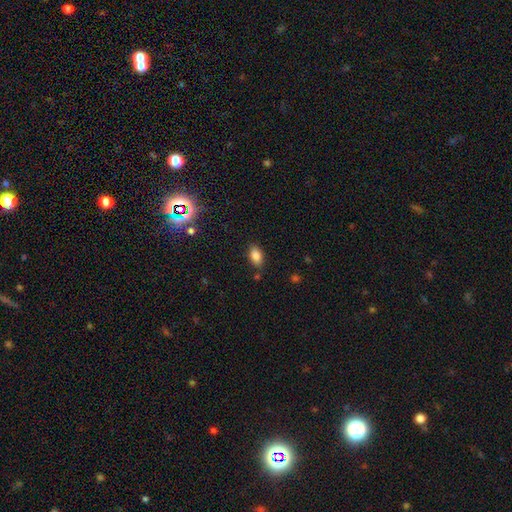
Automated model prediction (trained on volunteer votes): Smooth or featured?
  - smooth: 84% *
  - star or artifact: 10%
  - featured or disk: 6%
How rounded?
  - in between: 90% *
  - round: 7%
  - cigar-shaped: 3%
Merging?
  - none: 81% *
  - minor disturbance: 13%
  - merger: 3%
  - major disturbance: 3%